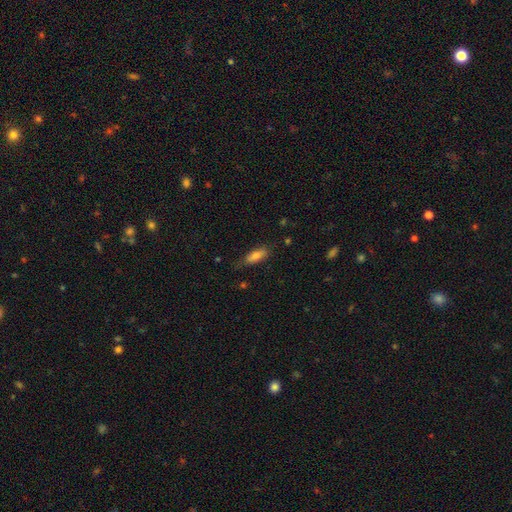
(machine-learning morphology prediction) This is likely a smooth galaxy (75%). How rounded: likely in between (68%). Merging: likely none (73%).